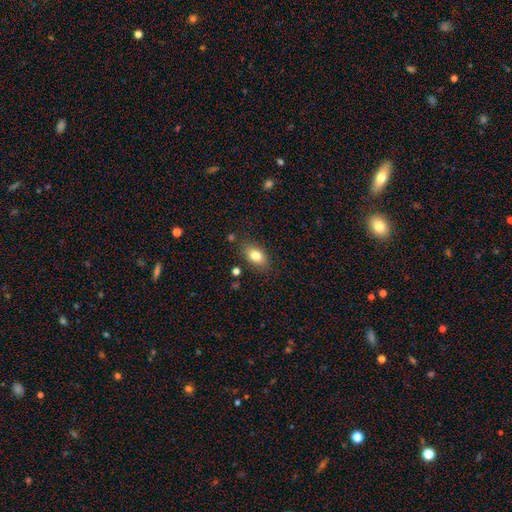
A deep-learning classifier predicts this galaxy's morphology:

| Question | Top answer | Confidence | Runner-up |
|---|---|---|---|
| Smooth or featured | smooth | 80% | featured or disk (12%) |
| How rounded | in between | 87% | round (11%) |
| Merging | none | 82% | minor disturbance (12%) |